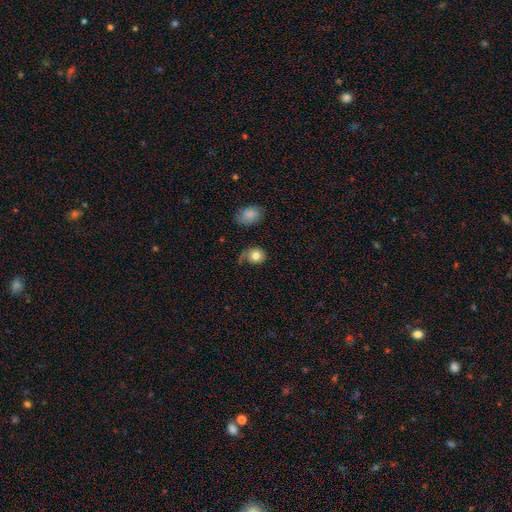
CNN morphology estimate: smooth_or_featured: smooth (p=0.78) [alt: featured or disk p=0.14]
how_rounded: round (p=0.73) [alt: in between p=0.26]
merging: none (p=0.45) [alt: minor disturbance p=0.29]